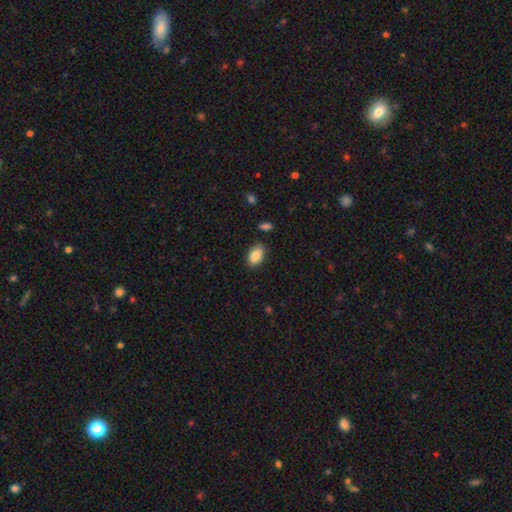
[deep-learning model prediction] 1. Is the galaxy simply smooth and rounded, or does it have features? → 88% smooth, 8% star or artifact, 5% featured or disk.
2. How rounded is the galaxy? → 89% in between, 9% round, 1% cigar-shaped.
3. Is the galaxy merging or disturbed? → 83% none, 12% minor disturbance, 3% major disturbance, 2% merger.